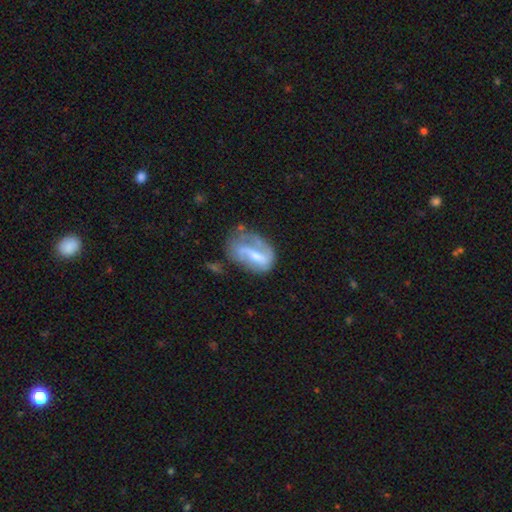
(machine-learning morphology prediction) A featured or disk galaxy (66%) with a weak bar (41%), spiral arms (70%) and a moderate central bulge (46%).

Vote fractions:
- Smooth or featured? featured or disk: 66% / smooth: 27% / star or artifact: 7%
- Edge-on disk? no: 95% / yes: 5%
- Bar? weak: 41% / strong: 36% / no: 23%
- Spiral arms? yes: 70% / no: 30%
- Bulge size? moderate: 46% / small: 41% / none: 7% / large: 5% / dominant: 1%
- Merging? none: 41% / minor disturbance: 27% / major disturbance: 26% / merger: 6%